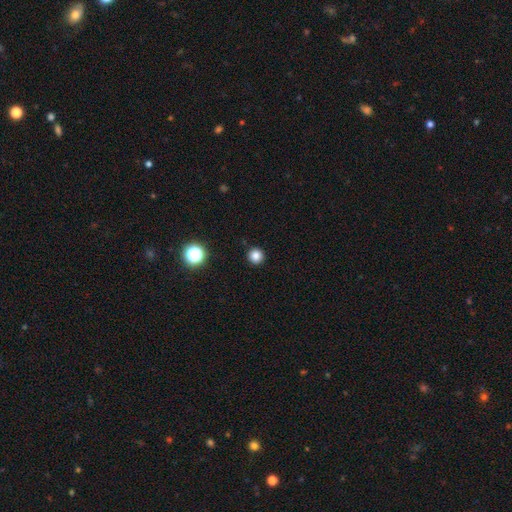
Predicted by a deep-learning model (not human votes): The model was most divided on "smooth or featured": smooth: 83%, star or artifact: 14%, featured or disk: 4%. More confident: how rounded — round (96%); merging — none (93%).